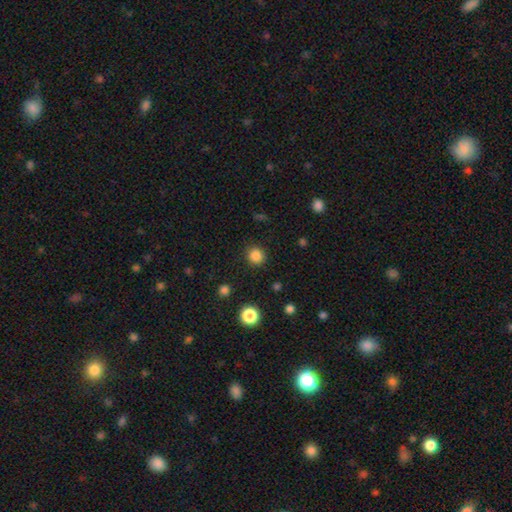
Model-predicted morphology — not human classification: This appears to be a smooth galaxy with no disk features (85%) that is round (92%). Merging: none (90%).